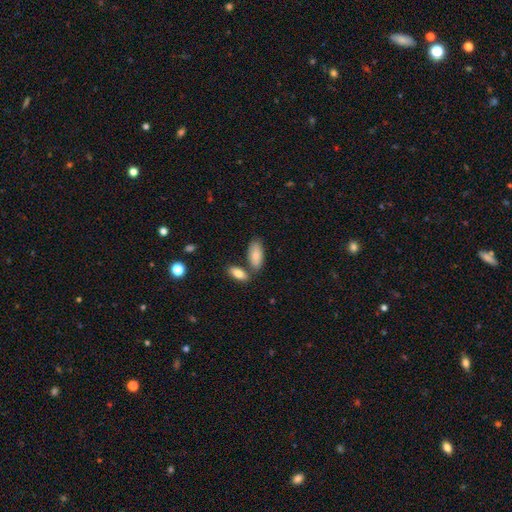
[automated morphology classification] Smooth or featured? Predicted: smooth (p=0.81). How rounded? Predicted: in between (p=0.88). Merging? Predicted: none (p=0.64).